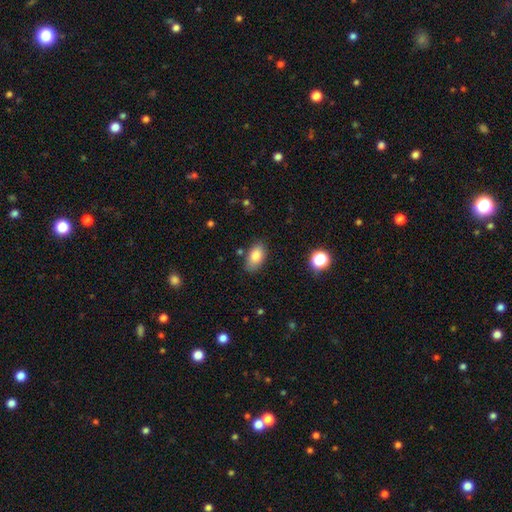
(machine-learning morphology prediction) smooth-or-featured: smooth: 83% | featured or disk: 9% | star or artifact: 8%
  how-rounded: in between: 91% | round: 6% | cigar-shaped: 2%
  merging: none: 81% | minor disturbance: 14% | major disturbance: 3% | merger: 3%